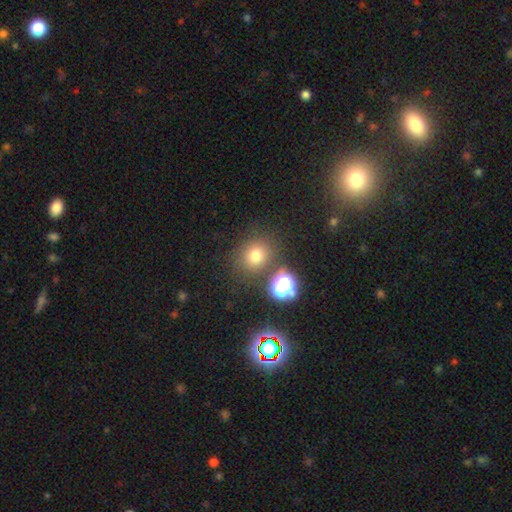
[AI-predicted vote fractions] This appears to be a smooth galaxy with no disk features (69%) that is round (78%). Merging: none (79%).